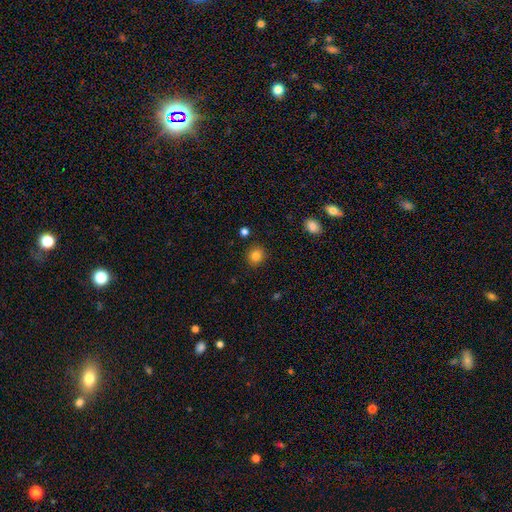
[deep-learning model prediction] The model was most divided on "smooth or featured": smooth: 83%, star or artifact: 11%, featured or disk: 5%. More confident: merging — none (90%); how rounded — round (86%).